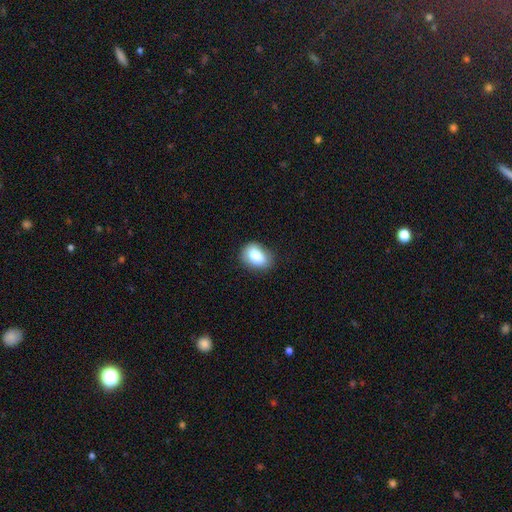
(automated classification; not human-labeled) Smooth or featured?
  - smooth: 81% *
  - featured or disk: 11%
  - star or artifact: 9%
How rounded?
  - in between: 72% *
  - round: 26%
  - cigar-shaped: 1%
Merging?
  - none: 82% *
  - minor disturbance: 14%
  - major disturbance: 3%
  - merger: 1%